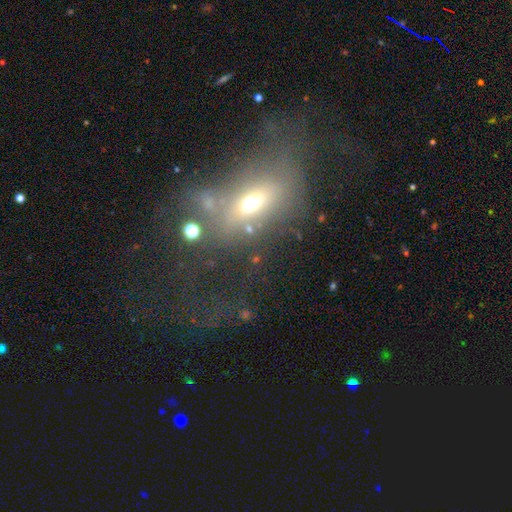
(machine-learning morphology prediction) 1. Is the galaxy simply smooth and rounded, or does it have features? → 42% featured or disk, 36% smooth, 22% star or artifact.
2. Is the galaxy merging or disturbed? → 49% major disturbance, 22% none, 15% minor disturbance, 14% merger.